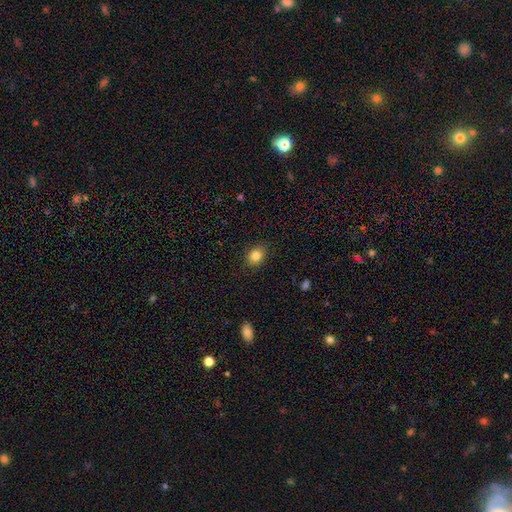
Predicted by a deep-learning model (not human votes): Overall: smooth (84%). How rounded: in between (54%; round 45%). Merging: none (85%).